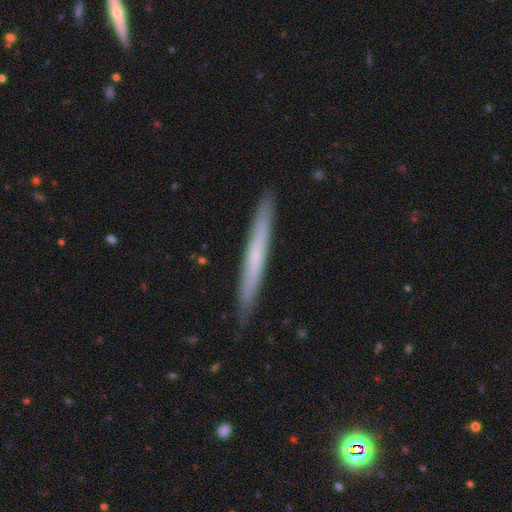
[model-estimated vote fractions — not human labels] Overall: smooth (53%; featured or disk 41%). How rounded: cigar-shaped (97%). Merging: none (88%).